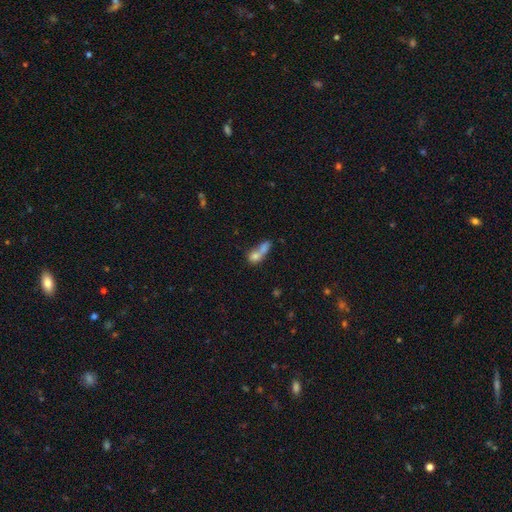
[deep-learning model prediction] smooth-or-featured: smooth: 69% | featured or disk: 20% | star or artifact: 11%
  how-rounded: in between: 54% | round: 30% | cigar-shaped: 16%
  merging: merger: 67% | none: 17% | major disturbance: 8% | minor disturbance: 8%